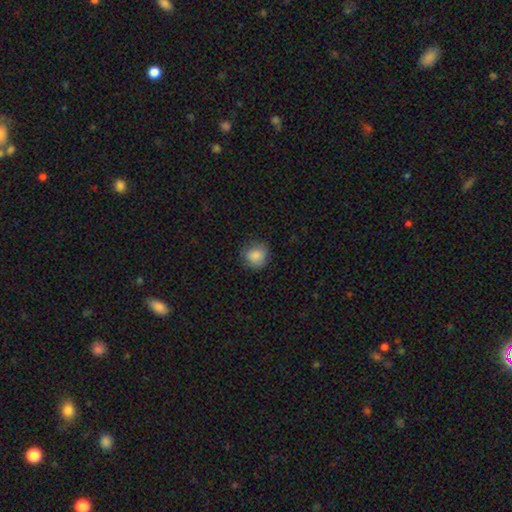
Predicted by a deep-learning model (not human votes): Morphology: type=smooth (86%); roundness=round (87%); merging=none (79%).